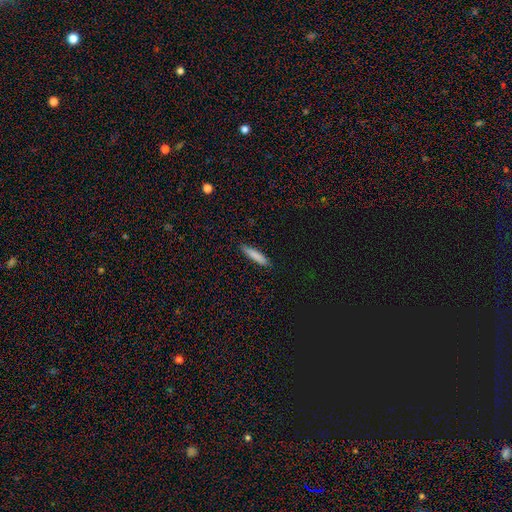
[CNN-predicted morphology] type=smooth (83%); roundness=cigar-shaped (86%); merging=none (89%).